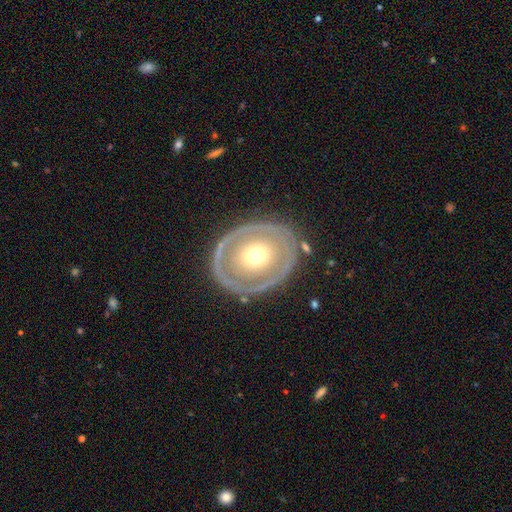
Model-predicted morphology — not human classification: The model was most divided on "bulge size": moderate: 59%, small: 28%, large: 10%, dominant: 2%, none: 1%. More confident: edge-on disk — no (94%); bar — no (88%); merging — none (77%); spiral arms — no (76%); smooth or featured — featured or disk (66%).